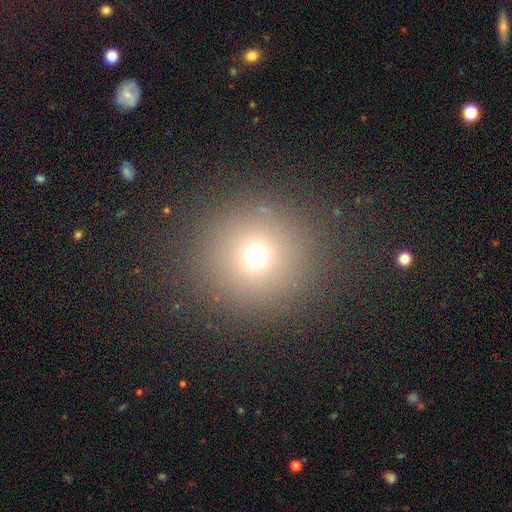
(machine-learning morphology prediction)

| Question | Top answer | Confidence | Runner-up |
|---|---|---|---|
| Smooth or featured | smooth | 66% | star or artifact (24%) |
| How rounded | round | 95% | in between (4%) |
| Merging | none | 88% | minor disturbance (6%) |